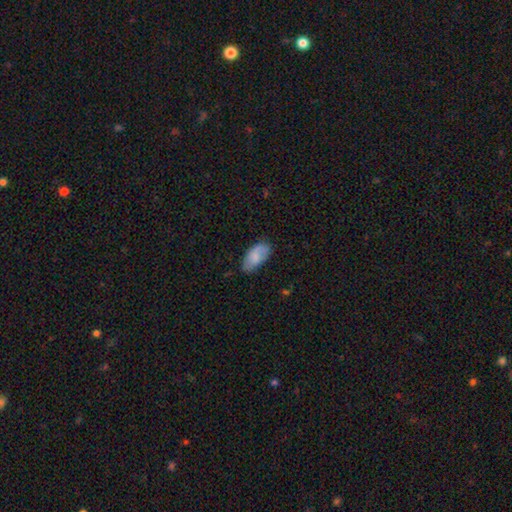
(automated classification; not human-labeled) smooth 80%, featured or disk 14%, star or artifact 7%. Down the decision tree: how rounded — in between (94%); merging — none (72%).